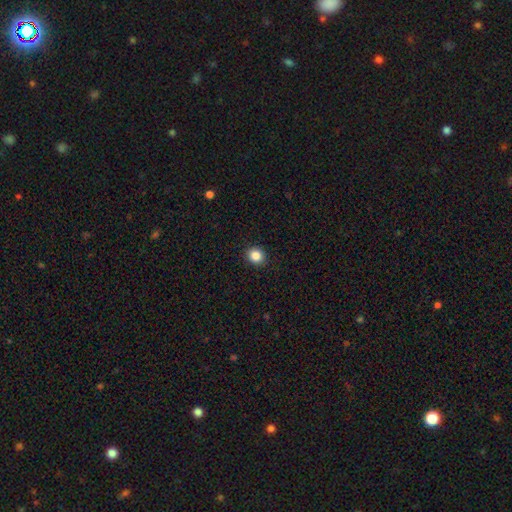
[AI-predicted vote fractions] The model was most divided on "how rounded": round: 82%, in between: 17%, cigar-shaped: 1%. More confident: merging — none (92%); smooth or featured — smooth (85%).